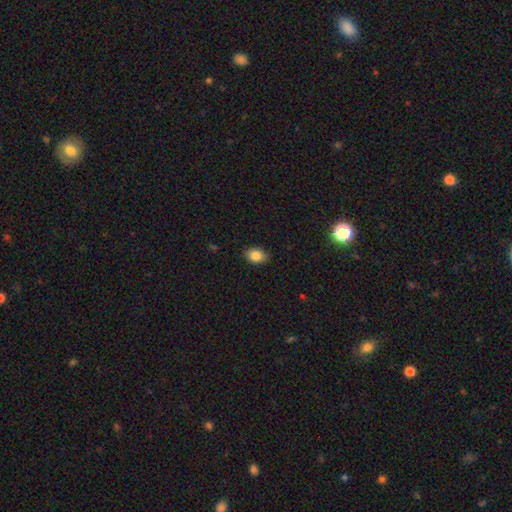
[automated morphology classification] Smooth or featured: smooth — 84% (star or artifact — 9%)
How rounded: in between — 78% (round — 21%)
Merging: none — 87% (minor disturbance — 10%)